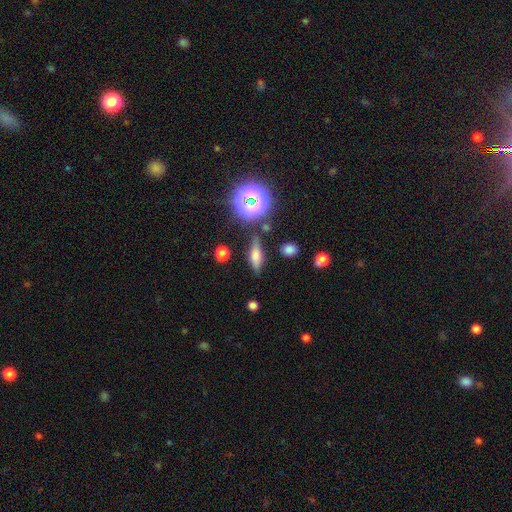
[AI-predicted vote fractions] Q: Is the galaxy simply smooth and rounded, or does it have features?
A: smooth — 59%.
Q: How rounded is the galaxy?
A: in between — 46%.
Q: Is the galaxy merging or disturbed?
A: none — 73%.